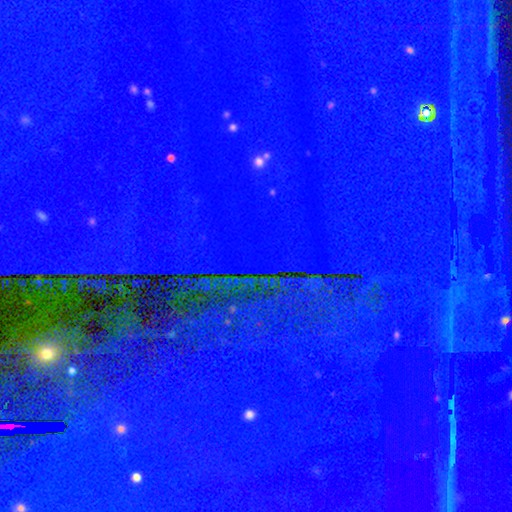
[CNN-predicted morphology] smooth_or_featured: star or artifact (p=0.89) [alt: featured or disk p=0.06]